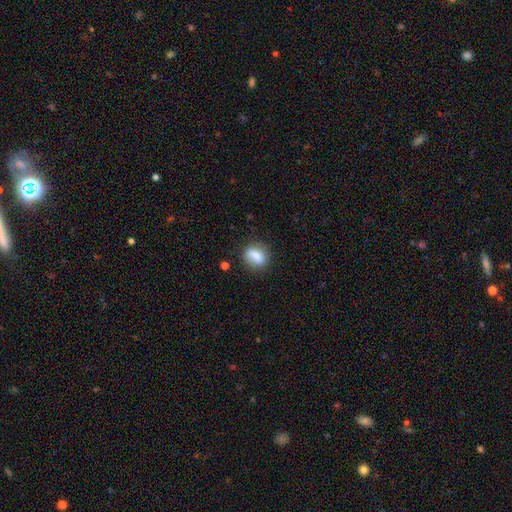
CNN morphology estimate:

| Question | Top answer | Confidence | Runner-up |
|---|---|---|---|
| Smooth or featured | smooth | 79% | featured or disk (12%) |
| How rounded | in between | 52% | round (43%) |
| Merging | none | 77% | minor disturbance (15%) |